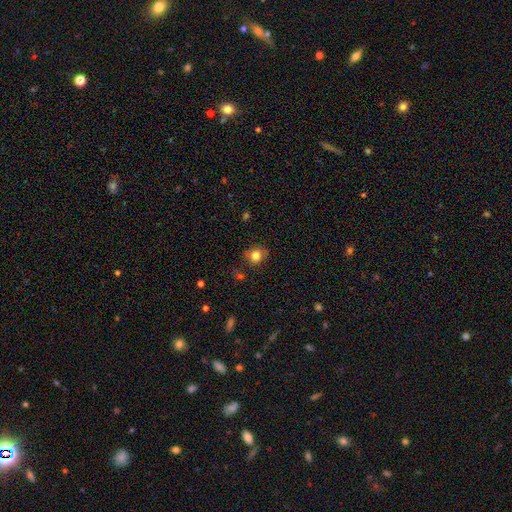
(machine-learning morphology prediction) Overall: smooth (81%). How rounded: round (74%). Merging: none (76%).